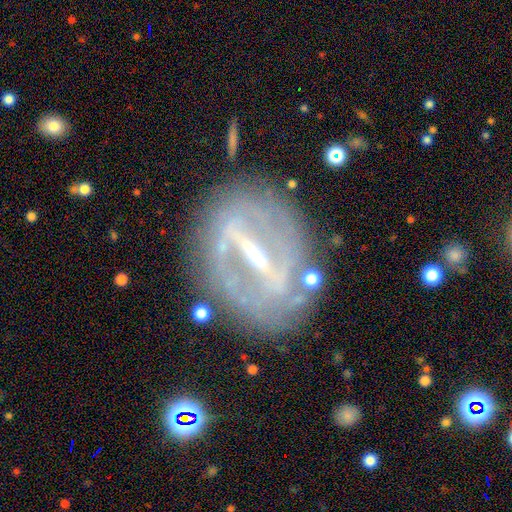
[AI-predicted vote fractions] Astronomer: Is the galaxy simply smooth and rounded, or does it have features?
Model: featured or disk — 85%.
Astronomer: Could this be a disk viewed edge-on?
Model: no — 85%.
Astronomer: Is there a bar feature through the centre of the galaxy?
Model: strong — 83%.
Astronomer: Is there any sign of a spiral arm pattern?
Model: yes — 69%.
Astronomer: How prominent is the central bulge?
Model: small — 58% (runner-up: moderate, 35%).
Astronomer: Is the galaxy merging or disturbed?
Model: none — 79%.